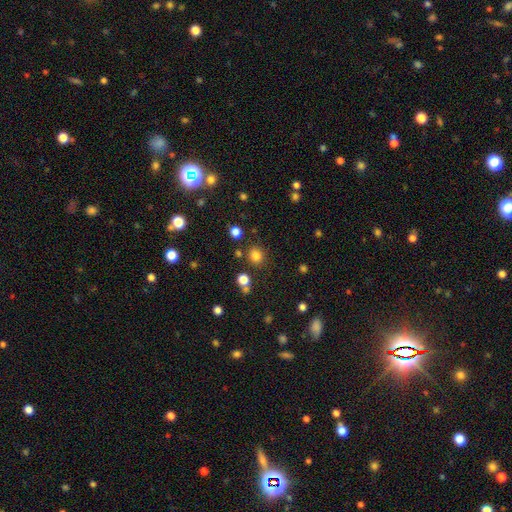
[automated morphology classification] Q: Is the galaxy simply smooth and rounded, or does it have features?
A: smooth — 81%.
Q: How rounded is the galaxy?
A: round — 85%.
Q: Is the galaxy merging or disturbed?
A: none — 83%.